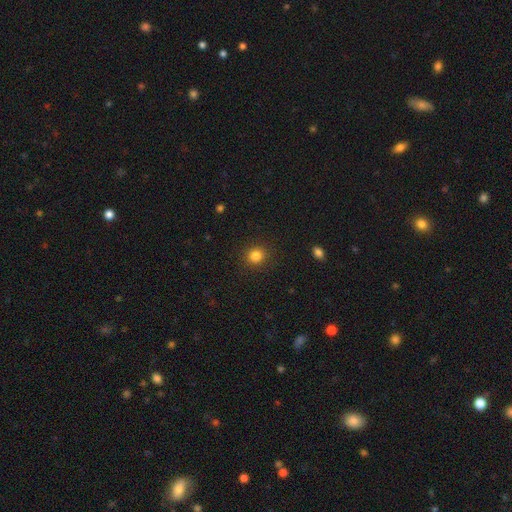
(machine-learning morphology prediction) The model was most divided on "smooth or featured": smooth: 84%, star or artifact: 12%, featured or disk: 4%. More confident: merging — none (90%); how rounded — round (87%).